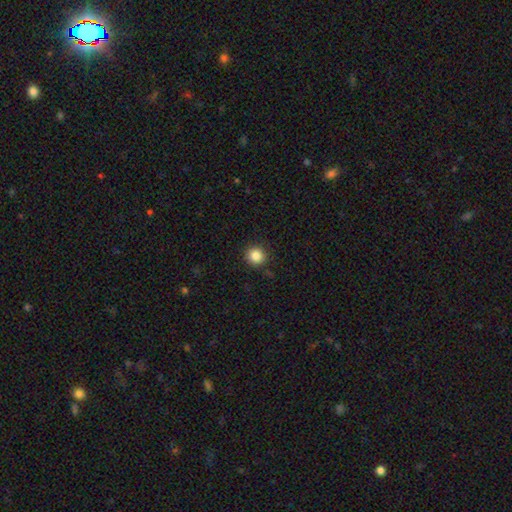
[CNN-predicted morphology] Smooth or featured: smooth — 85% (star or artifact — 10%)
How rounded: round — 94% (in between — 5%)
Merging: none — 90% (minor disturbance — 7%)